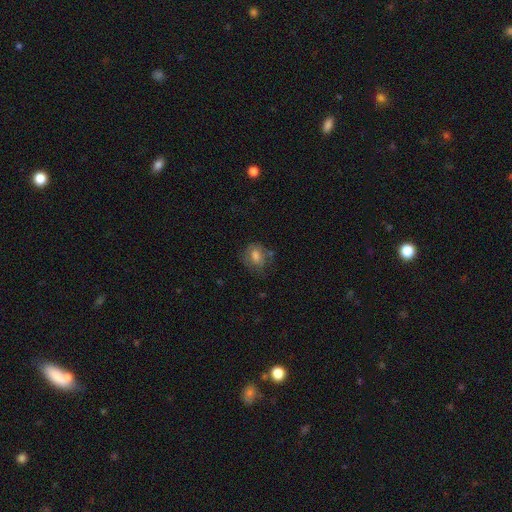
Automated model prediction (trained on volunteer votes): A smooth galaxy with no disk features (66%) that is in between round and cigar-shaped (53%). Merging: none (58%).